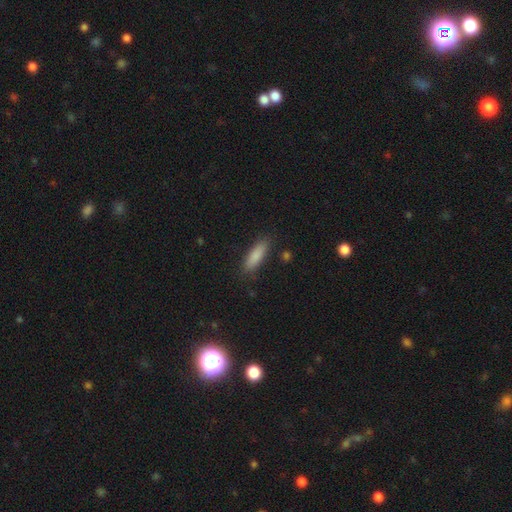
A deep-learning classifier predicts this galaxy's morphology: Smooth or featured? Predicted: smooth (p=0.85). How rounded? Predicted: cigar-shaped (p=0.58). Merging? Predicted: none (p=0.84).